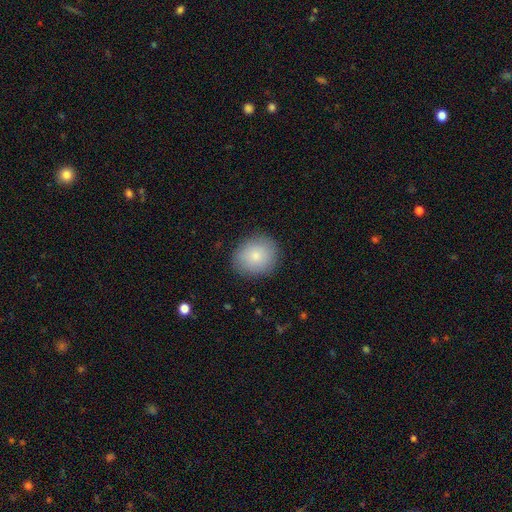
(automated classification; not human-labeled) Smooth or featured?
  - smooth: 83% *
  - featured or disk: 9%
  - star or artifact: 8%
How rounded?
  - round: 74% *
  - in between: 25%
  - cigar-shaped: 1%
Merging?
  - none: 87% *
  - minor disturbance: 10%
  - major disturbance: 3%
  - merger: 1%